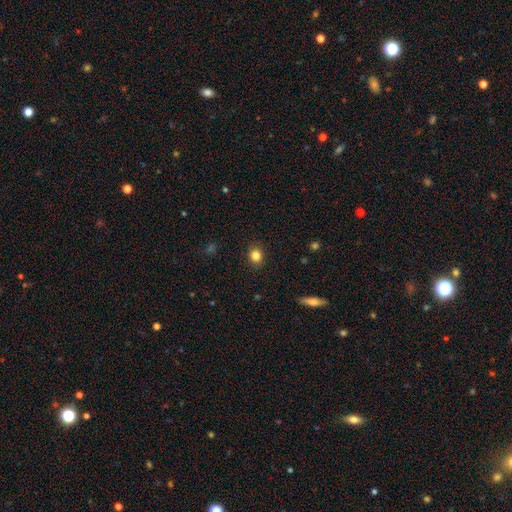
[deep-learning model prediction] smooth 84%, star or artifact 11%, featured or disk 5%. Down the decision tree: how rounded — round (70%); merging — none (89%).